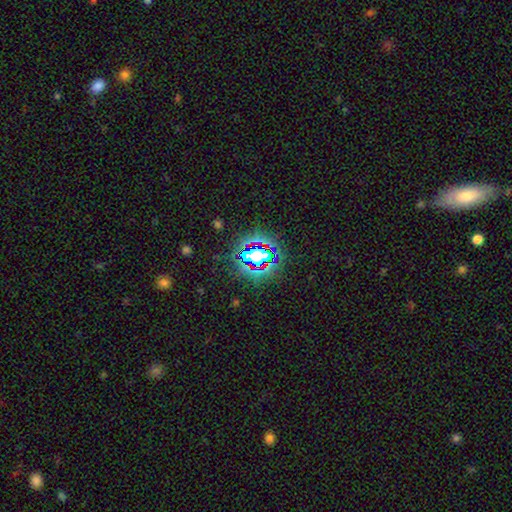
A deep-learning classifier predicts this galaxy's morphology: type=star or artifact (66%).